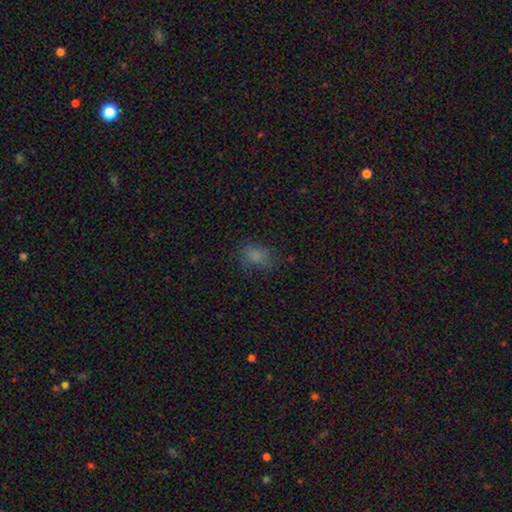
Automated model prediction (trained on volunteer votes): Q: Smooth or featured?
A: smooth (73%); runner-up: star or artifact (18%)
Q: How rounded?
A: in between (71%); runner-up: round (27%)
Q: Merging?
A: none (63%); runner-up: minor disturbance (23%)